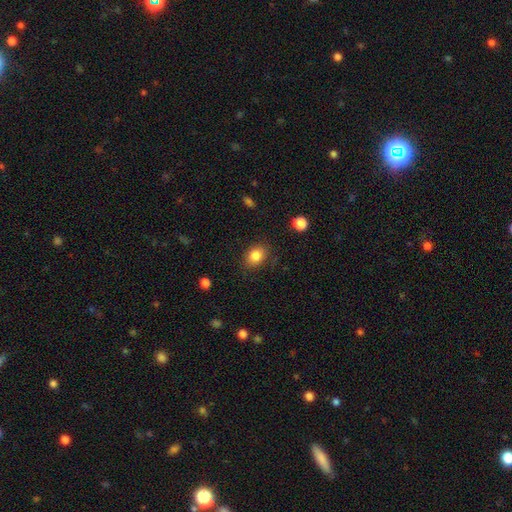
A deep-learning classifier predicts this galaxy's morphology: The model was most divided on "how rounded": in between: 61%, round: 38%, cigar-shaped: 1%. More confident: smooth or featured — smooth (84%); merging — none (82%).